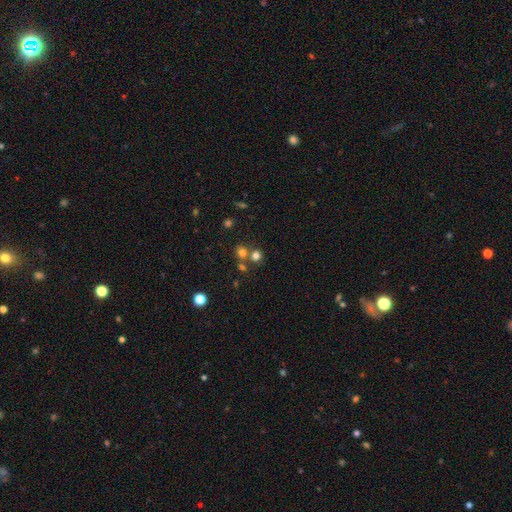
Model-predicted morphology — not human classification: Overall: smooth (70%). How rounded: round (85%). Merging: none (59%; merger 31%).